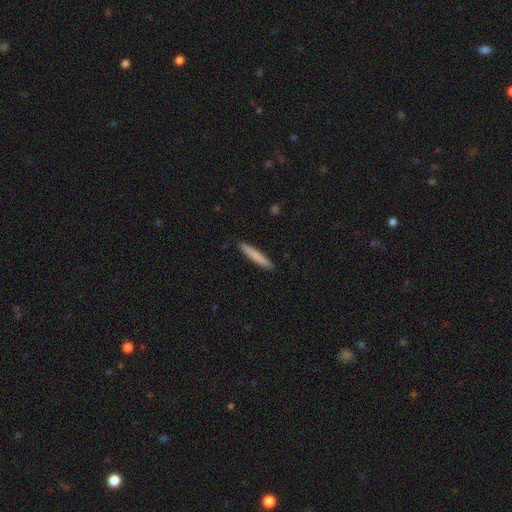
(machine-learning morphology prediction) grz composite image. It shows a smooth galaxy with no disk features (80%) that is cigar-shaped (95%). Merging: none (91%).